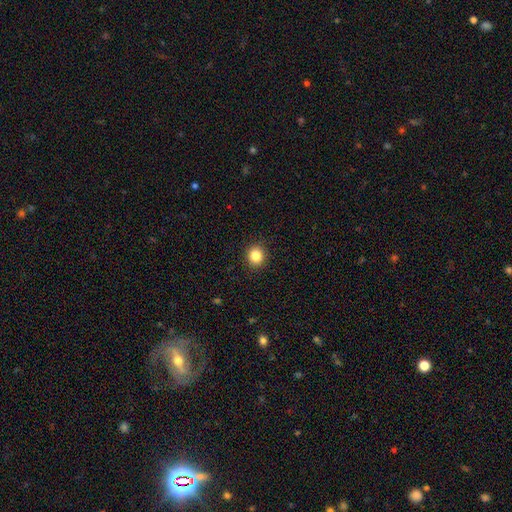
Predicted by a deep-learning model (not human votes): The model was most divided on "how rounded": round: 84%, in between: 15%, cigar-shaped: 1%. More confident: merging — none (91%); smooth or featured — smooth (85%).